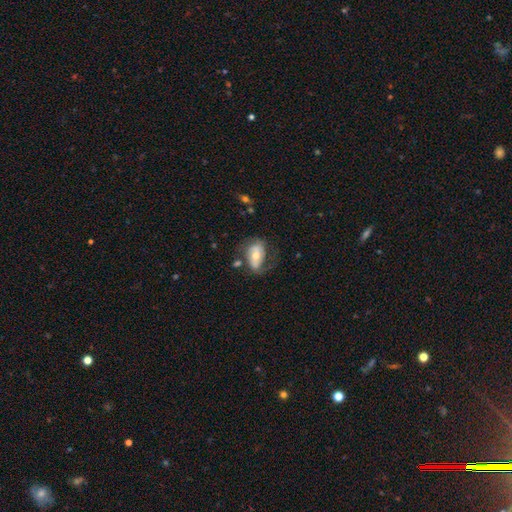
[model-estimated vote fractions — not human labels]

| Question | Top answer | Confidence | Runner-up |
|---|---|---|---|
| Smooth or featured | featured or disk | 52% | smooth (40%) |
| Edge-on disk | no | 92% | yes (8%) |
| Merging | none | 48% | minor disturbance (25%) |